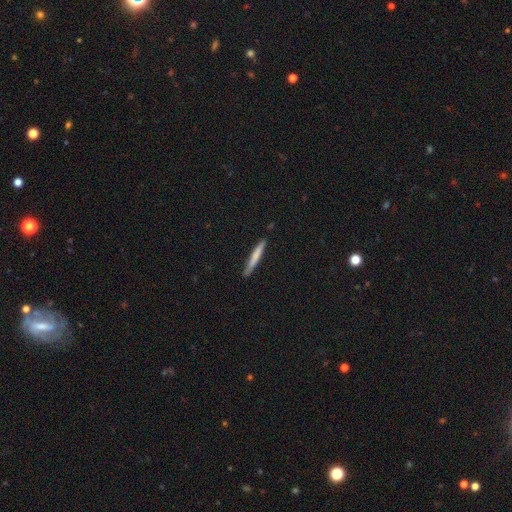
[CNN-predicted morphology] Q: Smooth or featured?
A: smooth (70%); runner-up: featured or disk (25%)
Q: How rounded?
A: cigar-shaped (96%); runner-up: in between (3%)
Q: Merging?
A: none (87%); runner-up: minor disturbance (10%)